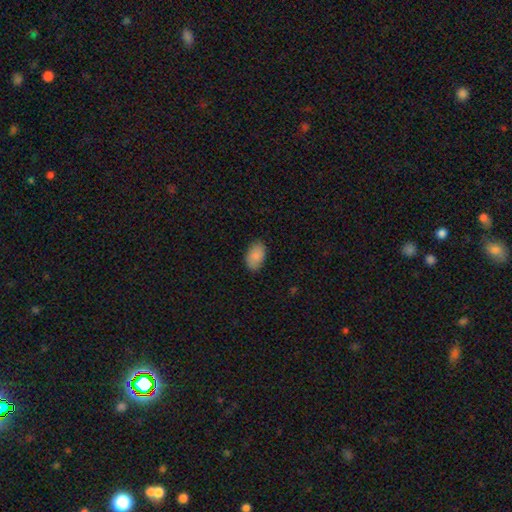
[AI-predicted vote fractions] Smooth or featured: smooth — 88% (star or artifact — 7%)
How rounded: in between — 91% (round — 8%)
Merging: none — 84% (minor disturbance — 13%)